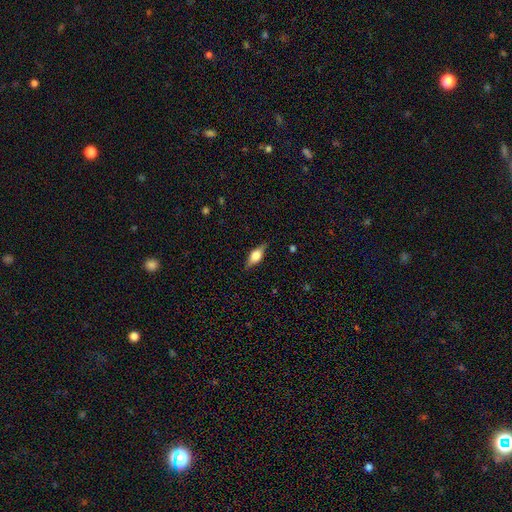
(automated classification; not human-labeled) Morphology: type=featured or disk (47%); merging=none (84%).